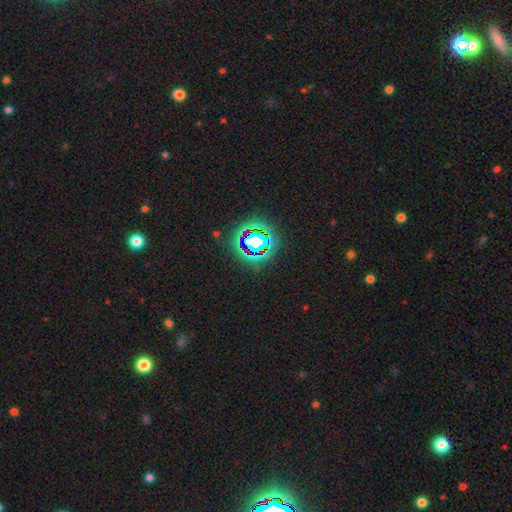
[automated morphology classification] Smooth or featured? Predicted: star or artifact (p=0.83).